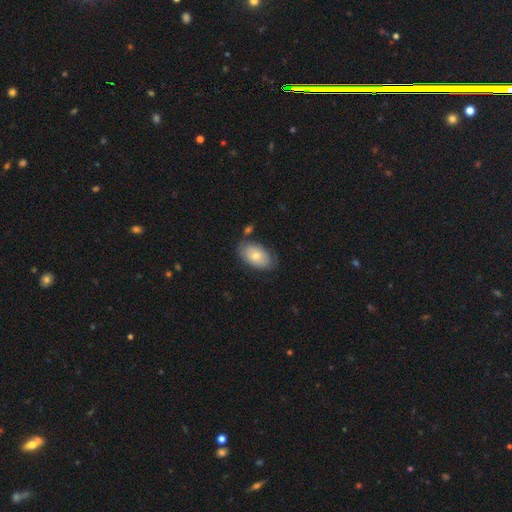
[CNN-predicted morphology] smooth-or-featured: smooth: 67% | featured or disk: 26% | star or artifact: 7%
  how-rounded: in between: 92% | round: 7% | cigar-shaped: 1%
  merging: none: 75% | minor disturbance: 17% | merger: 5% | major disturbance: 4%